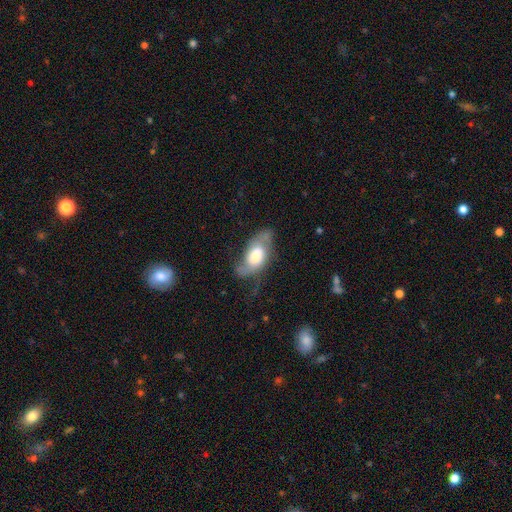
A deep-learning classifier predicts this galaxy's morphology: A featured or disk galaxy (55%). Merging: none (44%).